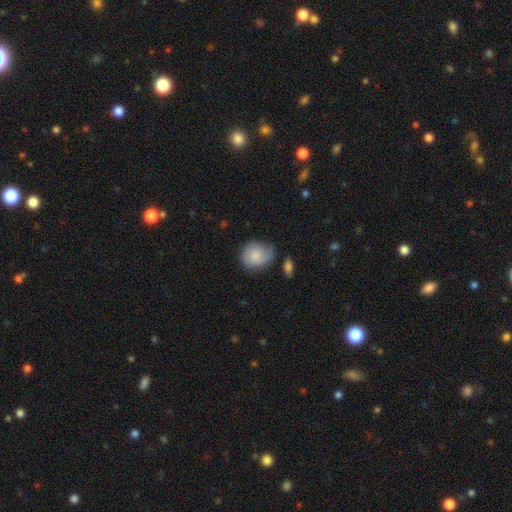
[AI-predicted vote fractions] Smooth or featured: smooth — 76% (featured or disk — 17%)
How rounded: round — 66% (in between — 33%)
Merging: none — 59% (minor disturbance — 30%)